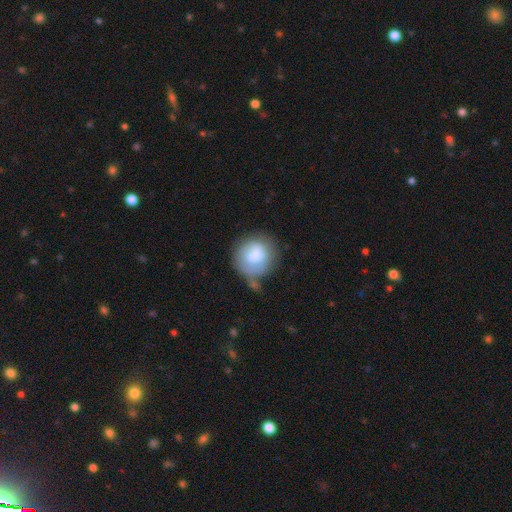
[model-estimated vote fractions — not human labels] Overall: smooth (74%). How rounded: round (82%). Merging: none (51%; minor disturbance 27%).